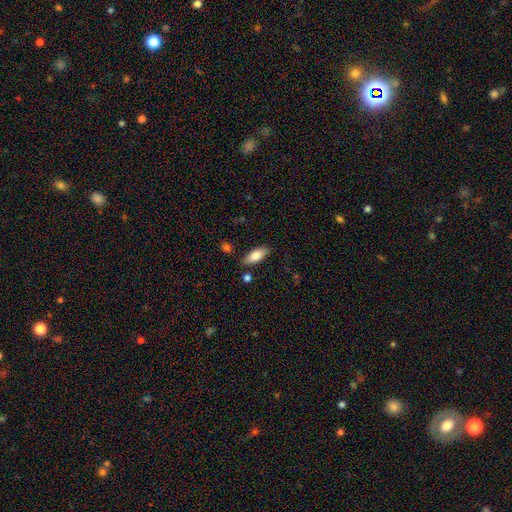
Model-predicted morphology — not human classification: The model was most divided on "how rounded": in between: 79%, cigar-shaped: 19%, round: 2%. More confident: merging — none (81%); smooth or featured — smooth (77%).